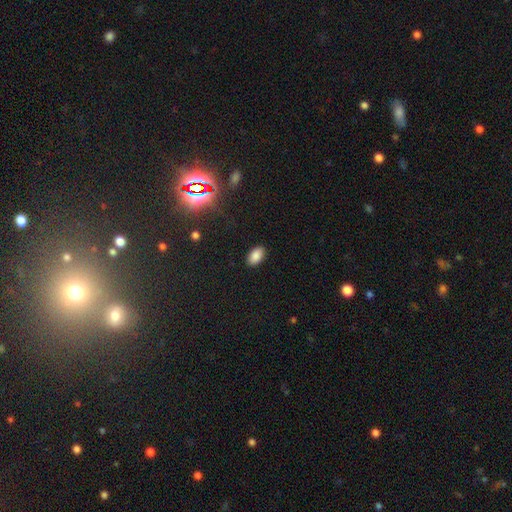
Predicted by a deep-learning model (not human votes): Smooth or featured?
  - smooth: 85% *
  - star or artifact: 10%
  - featured or disk: 5%
How rounded?
  - in between: 93% *
  - round: 5%
  - cigar-shaped: 2%
Merging?
  - none: 89% *
  - minor disturbance: 8%
  - major disturbance: 2%
  - merger: 1%